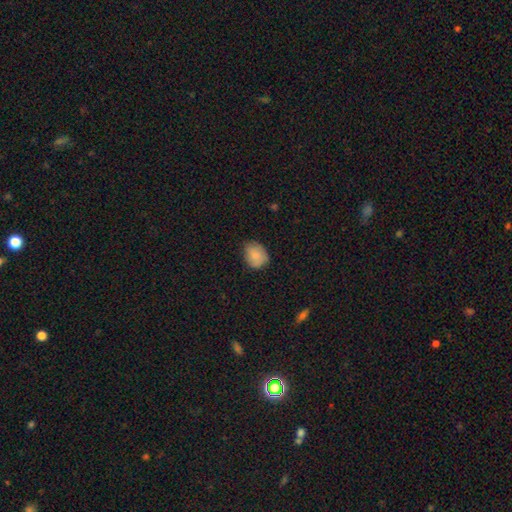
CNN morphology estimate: type=smooth (83%); roundness=in between (52%); merging=none (71%).